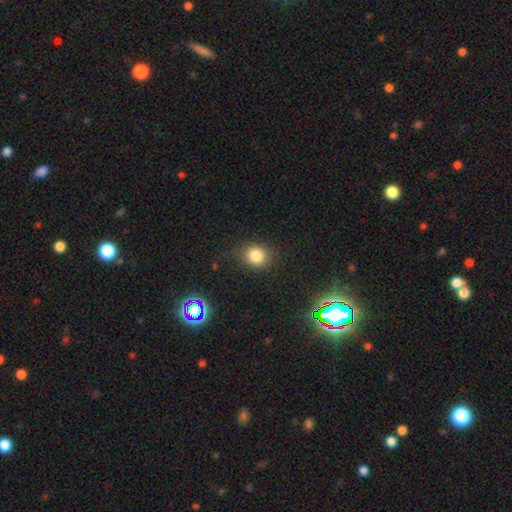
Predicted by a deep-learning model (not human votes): The model was most divided on "how rounded": round: 70%, in between: 29%, cigar-shaped: 1%. More confident: smooth or featured — smooth (81%); merging — none (81%).